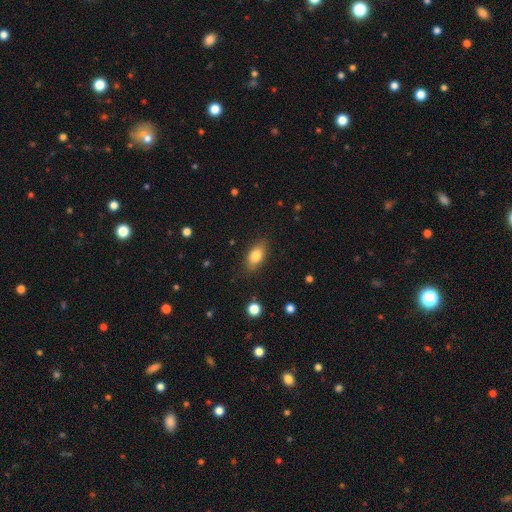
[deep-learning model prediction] This appears to be a smooth galaxy with no disk features (79%) that is in between round and cigar-shaped (85%). Merging: none (83%).